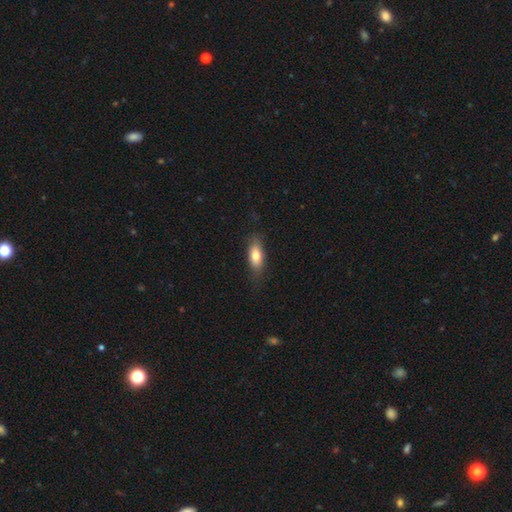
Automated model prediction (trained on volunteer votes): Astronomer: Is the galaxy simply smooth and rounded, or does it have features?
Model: smooth — 76%.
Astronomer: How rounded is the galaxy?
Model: in between — 74%.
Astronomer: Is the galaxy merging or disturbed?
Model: none — 78%.